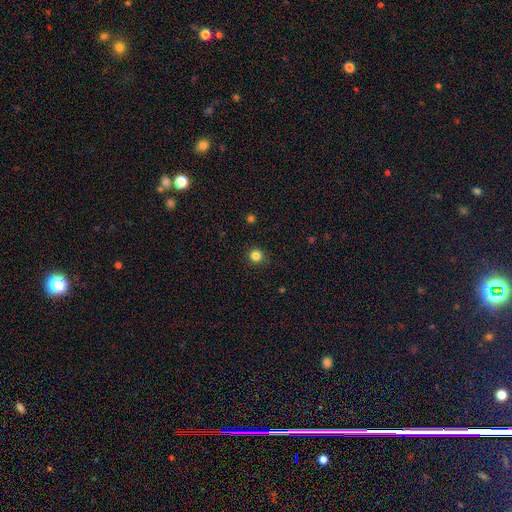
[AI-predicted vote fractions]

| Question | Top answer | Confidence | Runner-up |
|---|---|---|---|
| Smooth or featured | smooth | 83% | star or artifact (13%) |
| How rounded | round | 94% | in between (5%) |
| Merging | none | 91% | minor disturbance (6%) |